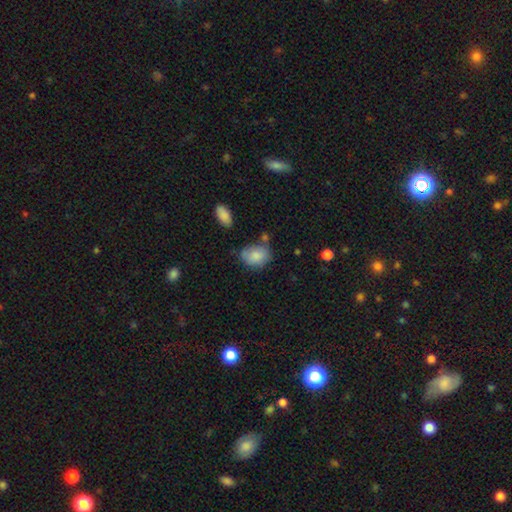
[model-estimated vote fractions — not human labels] This appears to be a smooth galaxy with no disk features (82%) that is in between round and cigar-shaped (64%). Merging: none (55%).